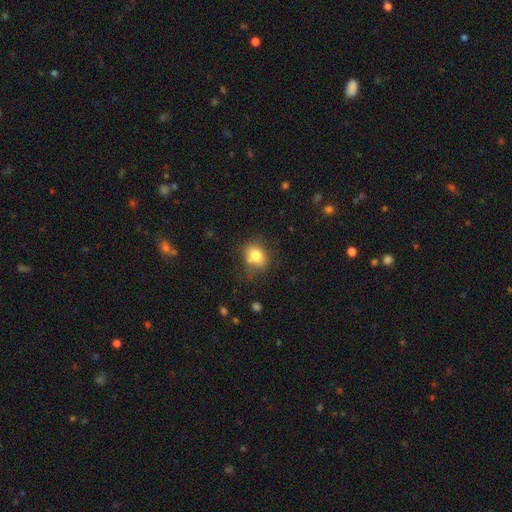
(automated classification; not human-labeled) Smooth or featured: smooth — 79% (featured or disk — 11%)
How rounded: round — 55% (in between — 44%)
Merging: none — 66% (minor disturbance — 20%)